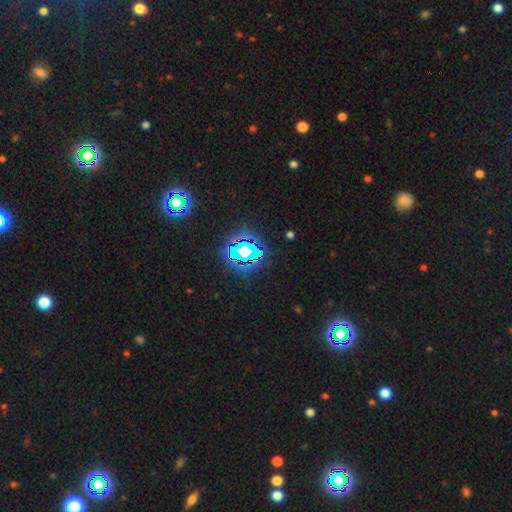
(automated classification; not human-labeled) Overall: star or artifact (82%).